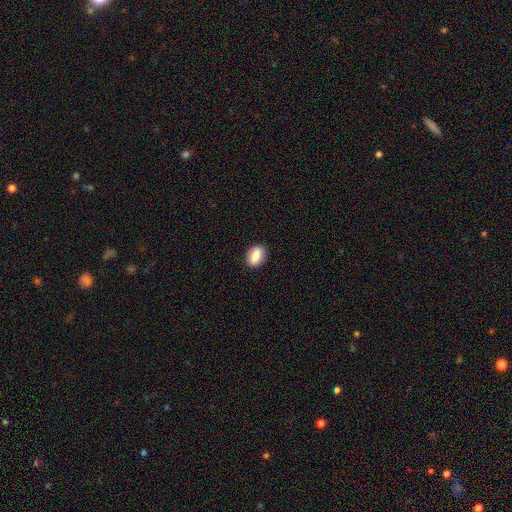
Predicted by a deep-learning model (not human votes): Smooth or featured? Predicted: smooth (p=0.86). How rounded? Predicted: in between (p=0.82). Merging? Predicted: none (p=0.88).